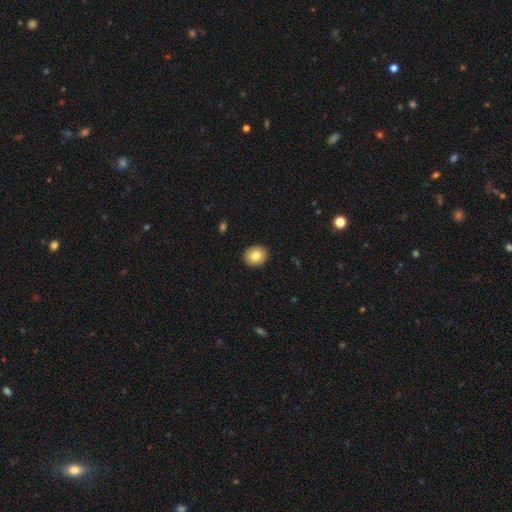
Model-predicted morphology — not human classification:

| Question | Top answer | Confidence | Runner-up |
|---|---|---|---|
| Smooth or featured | smooth | 82% | featured or disk (10%) |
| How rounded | round | 74% | in between (25%) |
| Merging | none | 92% | minor disturbance (6%) |